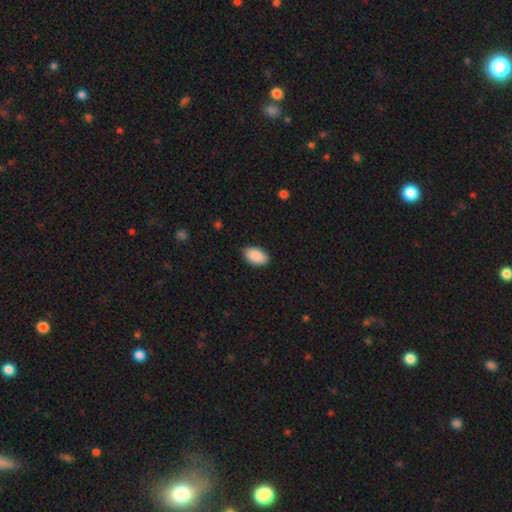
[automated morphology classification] Smooth or featured: smooth — 90% (star or artifact — 6%)
How rounded: in between — 95% (round — 4%)
Merging: none — 86% (minor disturbance — 11%)